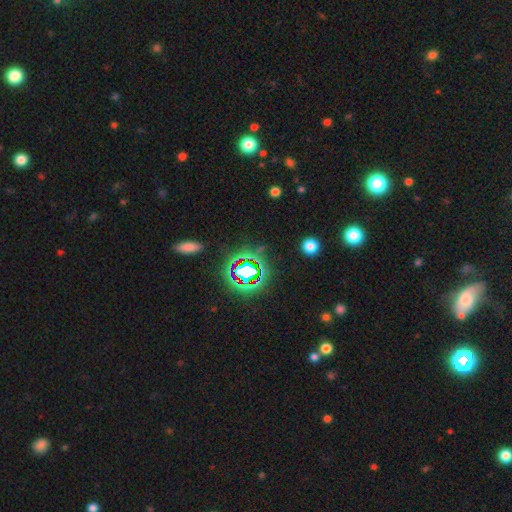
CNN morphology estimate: This is likely a star or artifact rather than a galaxy (76%).